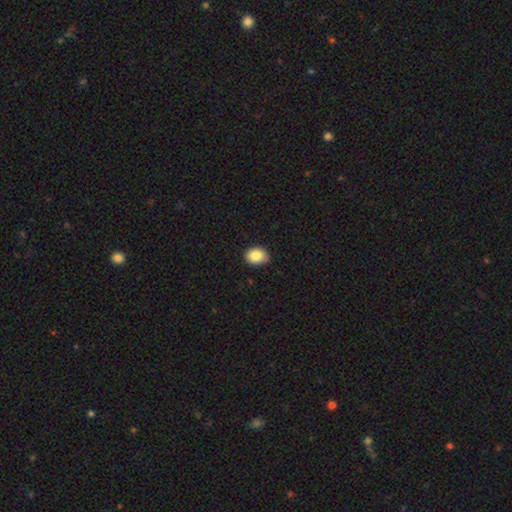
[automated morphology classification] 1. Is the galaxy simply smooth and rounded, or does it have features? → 85% smooth, 9% star or artifact, 6% featured or disk.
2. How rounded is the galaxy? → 59% in between, 40% round, 1% cigar-shaped.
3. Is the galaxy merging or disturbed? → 78% none, 18% minor disturbance, 2% major disturbance, 1% merger.